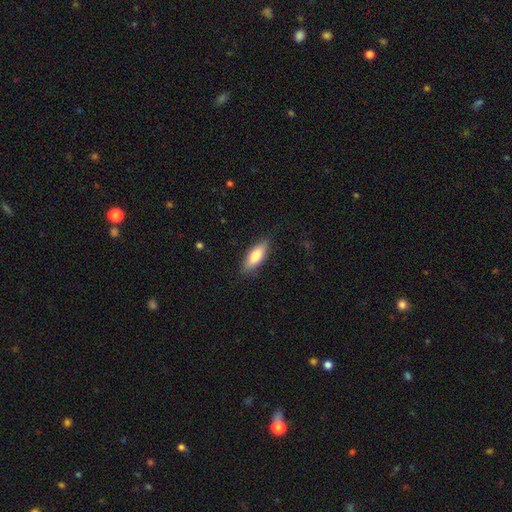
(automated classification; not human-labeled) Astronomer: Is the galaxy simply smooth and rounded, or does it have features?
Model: smooth — 77%.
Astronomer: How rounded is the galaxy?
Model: in between — 66%.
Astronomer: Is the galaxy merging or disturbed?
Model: none — 85%.